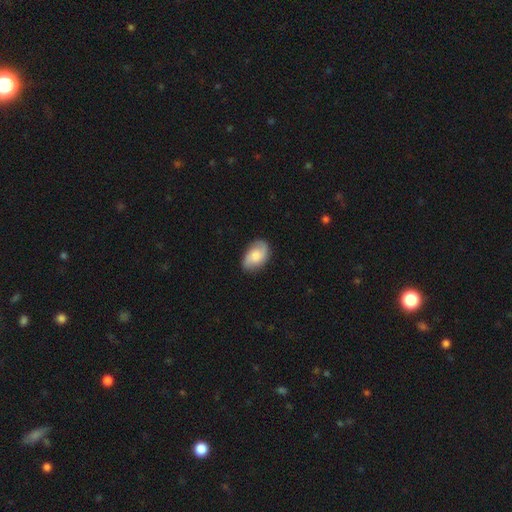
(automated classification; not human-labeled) This is possibly a featured or disk galaxy (48%). Merging: clearly none (80%).